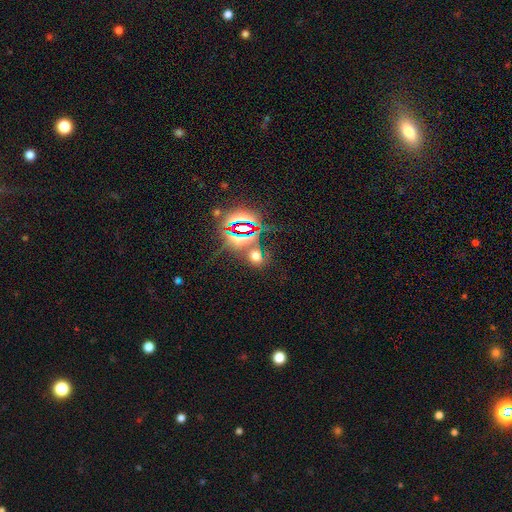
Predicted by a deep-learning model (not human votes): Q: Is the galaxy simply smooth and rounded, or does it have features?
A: star or artifact — 48%.